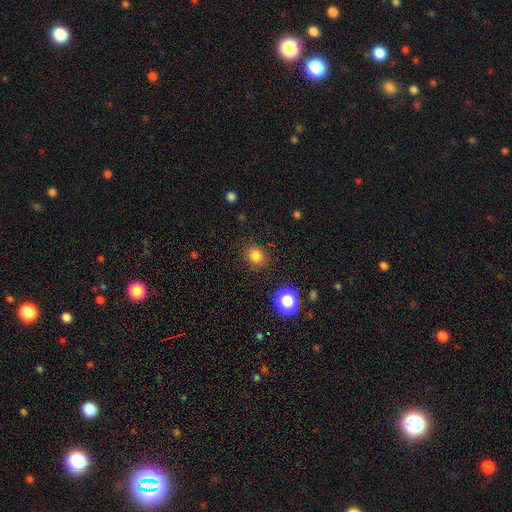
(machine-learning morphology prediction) The model was most divided on "how rounded": round: 79%, in between: 20%, cigar-shaped: 1%. More confident: merging — none (86%); smooth or featured — smooth (81%).